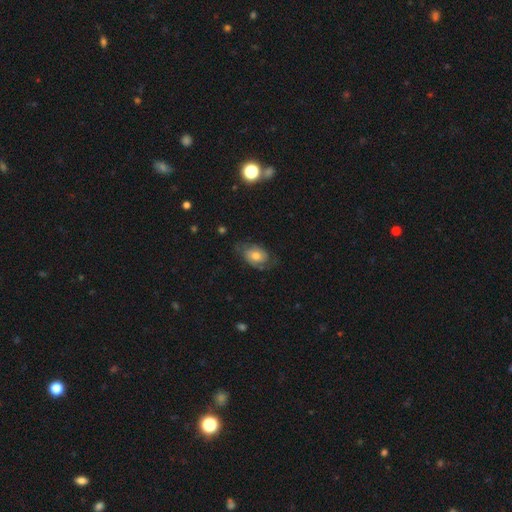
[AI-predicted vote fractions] smooth-or-featured: smooth: 46% | featured or disk: 45% | star or artifact: 9%
  merging: none: 59% | minor disturbance: 26% | major disturbance: 14% | merger: 1%